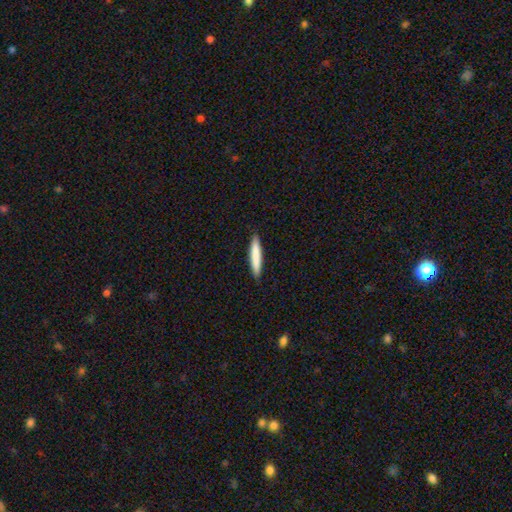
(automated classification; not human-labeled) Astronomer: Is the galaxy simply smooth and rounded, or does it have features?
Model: smooth — 80%.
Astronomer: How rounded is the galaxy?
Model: cigar-shaped — 92%.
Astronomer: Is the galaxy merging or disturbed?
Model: none — 90%.